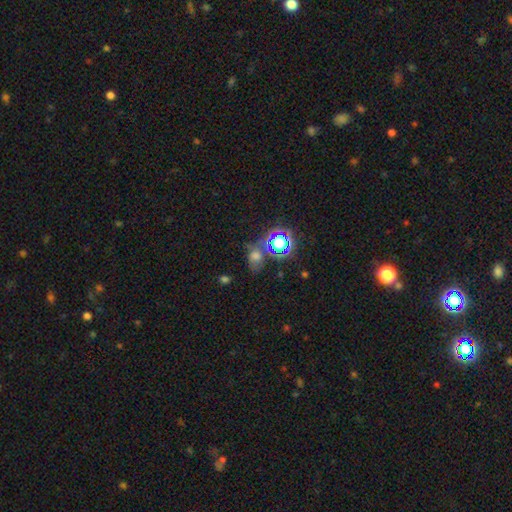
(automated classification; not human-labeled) Smooth or featured? Predicted: smooth (p=0.55). How rounded? Predicted: in between (p=0.50). Merging? Predicted: none (p=0.55).